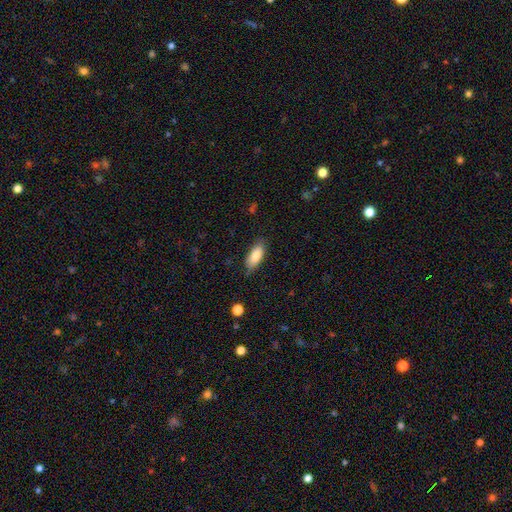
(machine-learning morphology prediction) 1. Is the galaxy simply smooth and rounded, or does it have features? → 84% smooth, 10% featured or disk, 6% star or artifact.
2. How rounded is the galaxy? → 81% in between, 17% cigar-shaped, 2% round.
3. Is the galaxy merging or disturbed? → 80% none, 16% minor disturbance, 3% major disturbance, 1% merger.